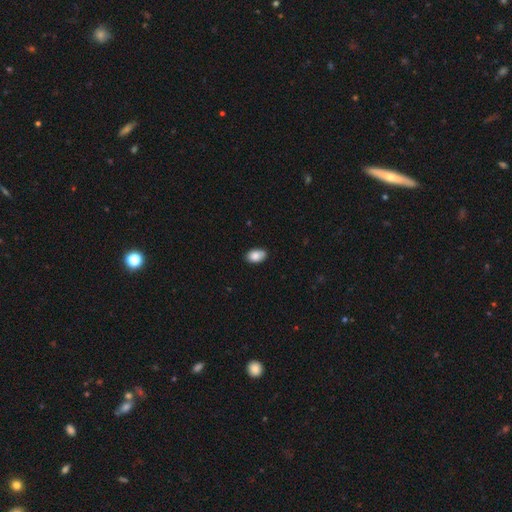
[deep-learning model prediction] This appears to be a smooth galaxy with no disk features (85%) that is in between round and cigar-shaped (89%). Merging: none (75%).